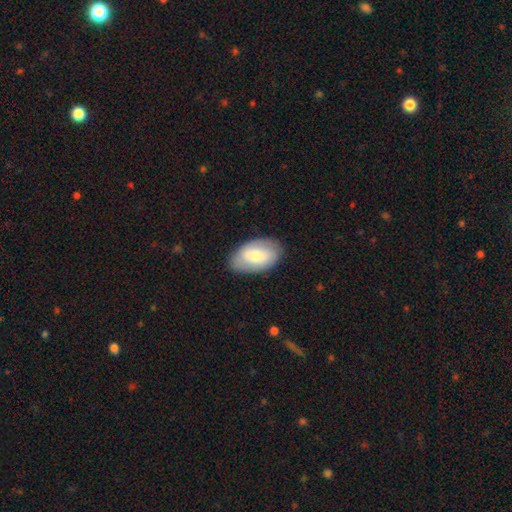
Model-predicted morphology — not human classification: The model was most divided on "smooth or featured": smooth: 66%, featured or disk: 28%, star or artifact: 6%. More confident: how rounded — in between (92%); merging — none (81%).